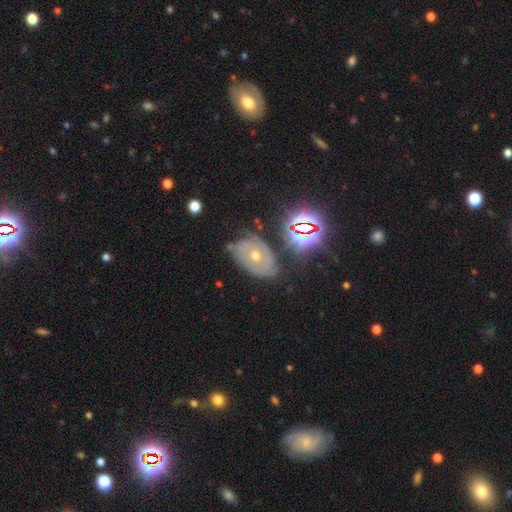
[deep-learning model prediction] Q: Smooth or featured?
A: featured or disk (59%); runner-up: star or artifact (23%)
Q: Edge-on disk?
A: no (94%); runner-up: yes (6%)
Q: Bar?
A: no (79%); runner-up: weak (16%)
Q: Spiral arms?
A: yes (73%); runner-up: no (27%)
Q: Bulge size?
A: moderate (62%); runner-up: small (34%)
Q: Merging?
A: none (65%); runner-up: minor disturbance (23%)